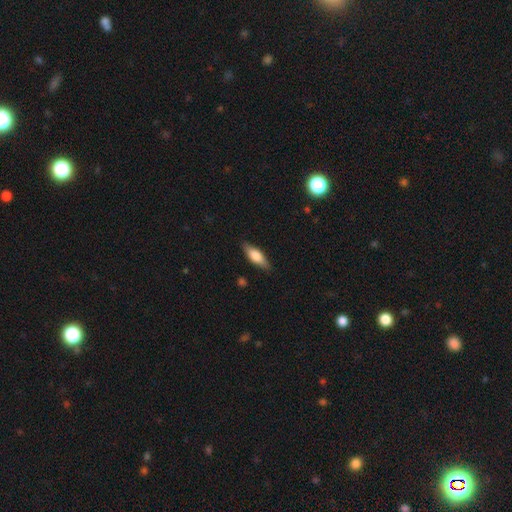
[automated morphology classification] smooth 68%, featured or disk 26%, star or artifact 6%. Down the decision tree: how rounded — in between (59%); merging — none (85%).